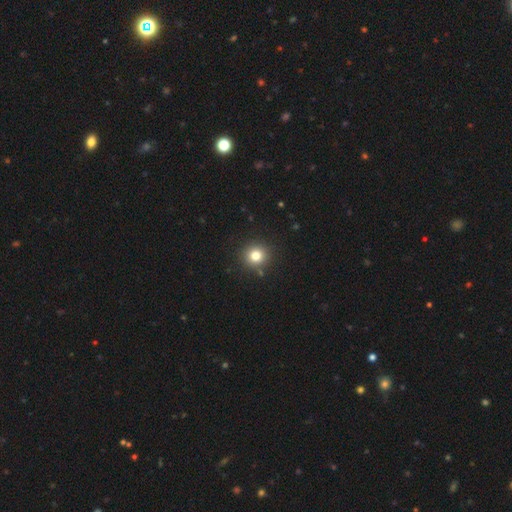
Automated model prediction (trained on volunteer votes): A smooth galaxy with no disk features (79%) that is round (92%).

Vote fractions:
- Smooth or featured? smooth: 79% / star or artifact: 13% / featured or disk: 8%
- How rounded? round: 92% / in between: 7% / cigar-shaped: 1%
- Merging? none: 89% / minor disturbance: 6% / merger: 2% / major disturbance: 2%